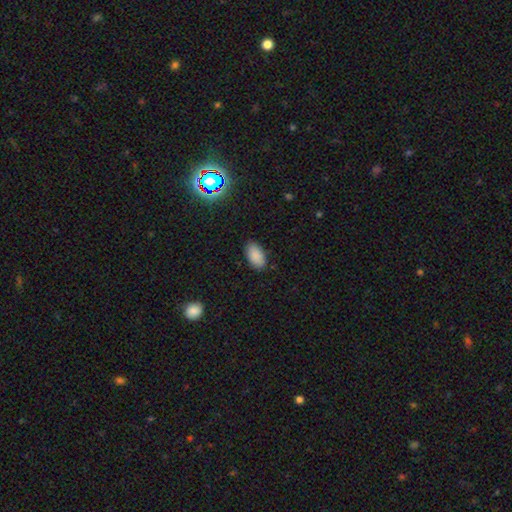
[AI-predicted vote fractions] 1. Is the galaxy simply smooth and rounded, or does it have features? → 88% smooth, 8% star or artifact, 4% featured or disk.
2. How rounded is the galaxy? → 94% in between, 3% round, 2% cigar-shaped.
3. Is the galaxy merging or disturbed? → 86% none, 10% minor disturbance, 2% major disturbance, 1% merger.